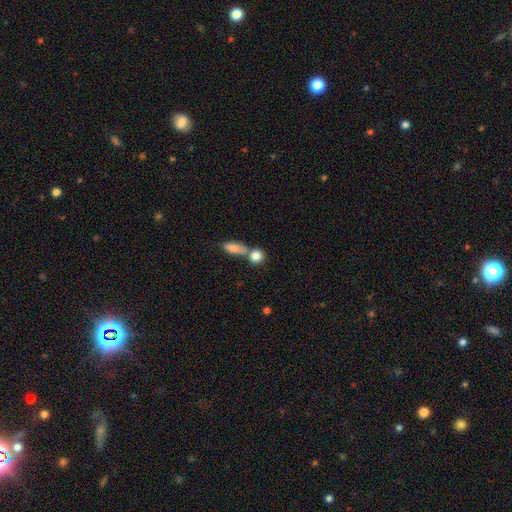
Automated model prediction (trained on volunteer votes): A smooth galaxy with no disk features (82%) that is round (74%).

Vote fractions:
- Smooth or featured? smooth: 82% / star or artifact: 9% / featured or disk: 9%
- How rounded? round: 74% / in between: 21% / cigar-shaped: 4%
- Merging? none: 49% / merger: 38% / minor disturbance: 9% / major disturbance: 4%